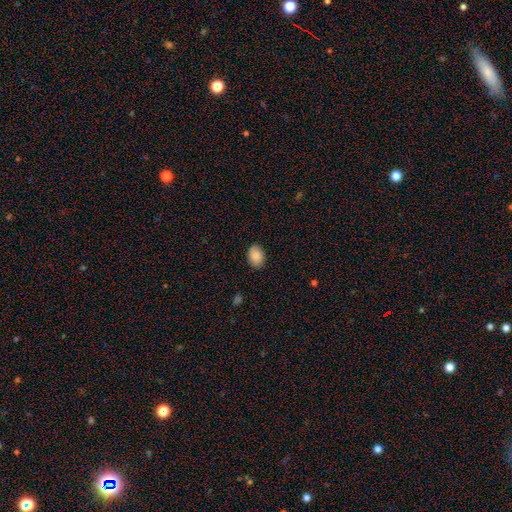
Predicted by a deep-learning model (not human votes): Q: Smooth or featured?
A: smooth (88%); runner-up: star or artifact (7%)
Q: How rounded?
A: in between (77%); runner-up: round (22%)
Q: Merging?
A: none (88%); runner-up: minor disturbance (9%)